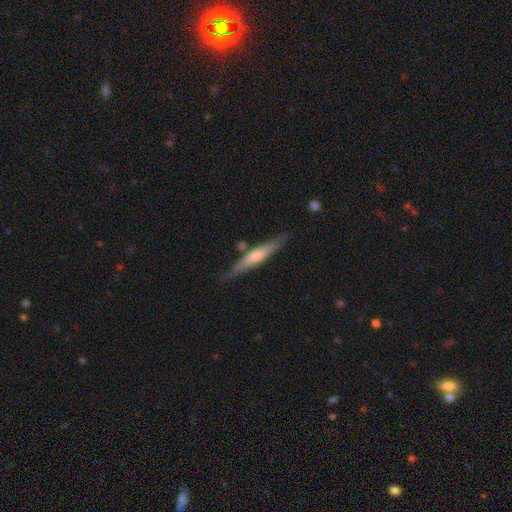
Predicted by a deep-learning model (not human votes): Q: Smooth or featured?
A: featured or disk (59%); runner-up: smooth (35%)
Q: Edge-on disk?
A: yes (94%); runner-up: no (6%)
Q: Edge-on bulge?
A: rounded (63%); runner-up: none (27%)
Q: Merging?
A: none (83%); runner-up: minor disturbance (12%)